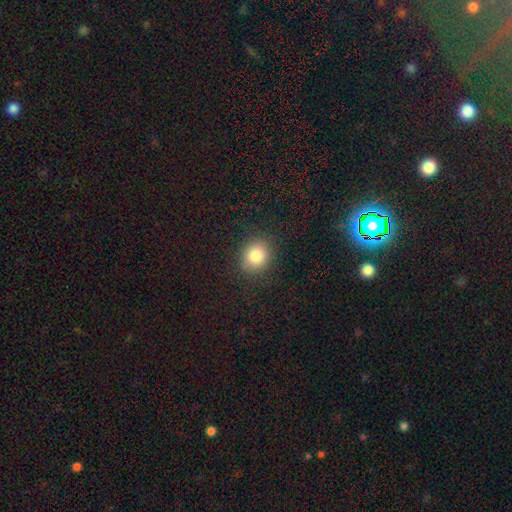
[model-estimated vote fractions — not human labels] smooth 83%, star or artifact 11%, featured or disk 6%. Down the decision tree: how rounded — round (69%); merging — none (88%).